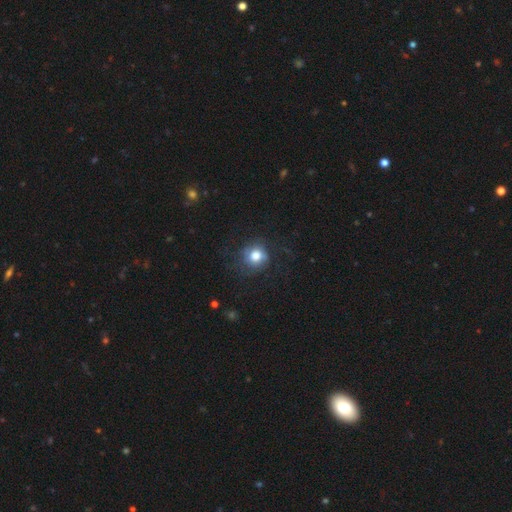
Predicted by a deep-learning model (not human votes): smooth 70%, featured or disk 18%, star or artifact 12%. Down the decision tree: how rounded — round (86%); merging — none (67%).